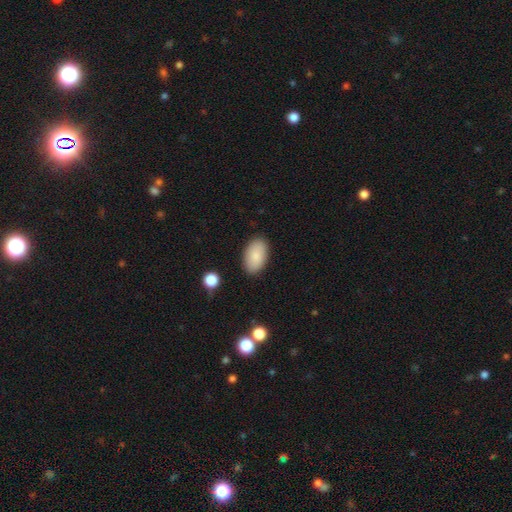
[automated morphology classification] A smooth galaxy with no disk features (86%) that is in between round and cigar-shaped (94%).

Vote fractions:
- Smooth or featured? smooth: 86% / featured or disk: 7% / star or artifact: 7%
- How rounded? in between: 94% / round: 4% / cigar-shaped: 1%
- Merging? none: 88% / minor disturbance: 9% / major disturbance: 2% / merger: 1%